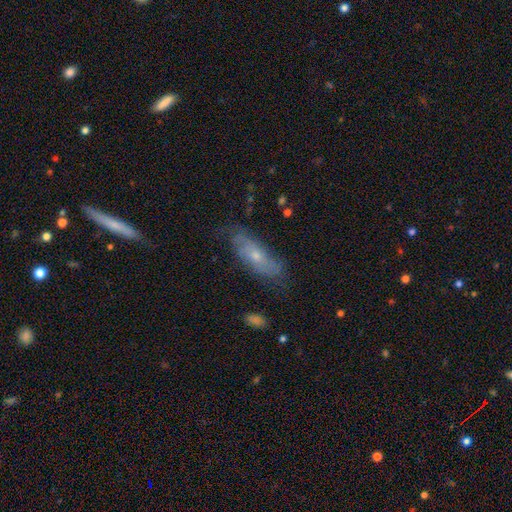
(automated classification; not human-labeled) A featured or disk galaxy (53%).

Vote fractions:
- Smooth or featured? featured or disk: 53% / smooth: 38% / star or artifact: 9%
- Edge-on disk? no: 73% / yes: 27%
- Merging? none: 64% / minor disturbance: 25% / major disturbance: 9% / merger: 2%